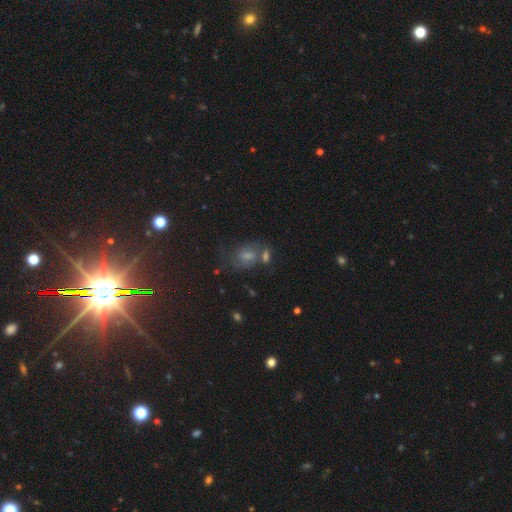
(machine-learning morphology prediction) Q: Smooth or featured?
A: star or artifact (41%); runner-up: smooth (30%)